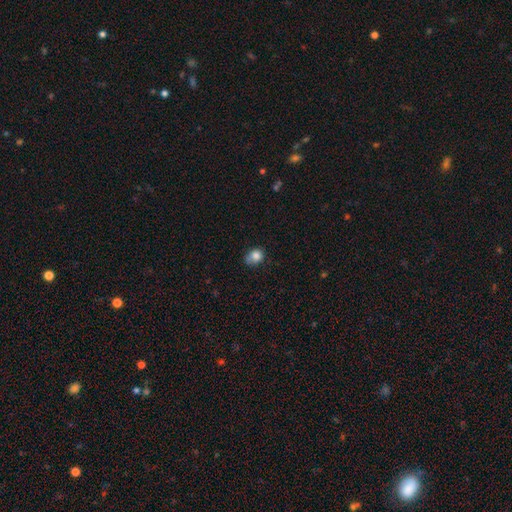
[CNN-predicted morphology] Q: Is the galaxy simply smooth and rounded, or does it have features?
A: smooth — 81%.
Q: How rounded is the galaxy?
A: round — 56%.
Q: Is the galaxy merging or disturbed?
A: none — 49%.